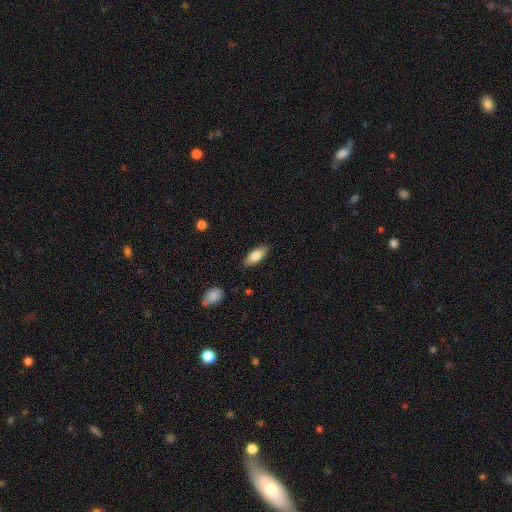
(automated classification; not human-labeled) Morphology: type=smooth (76%); roundness=in between (80%); merging=none (86%).